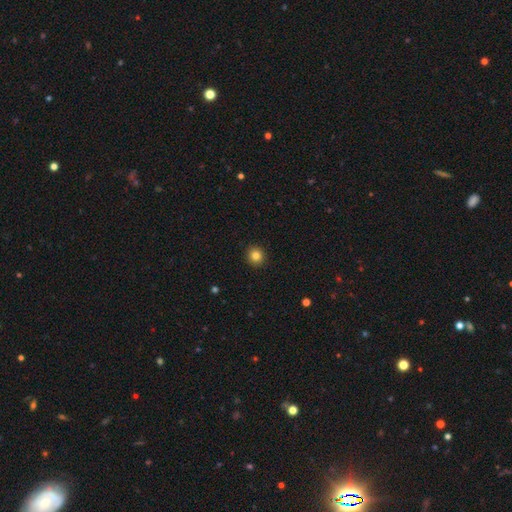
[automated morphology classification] smooth_or_featured: smooth (p=0.83) [alt: star or artifact p=0.11]
how_rounded: round (p=0.92) [alt: in between p=0.07]
merging: none (p=0.93) [alt: minor disturbance p=0.05]